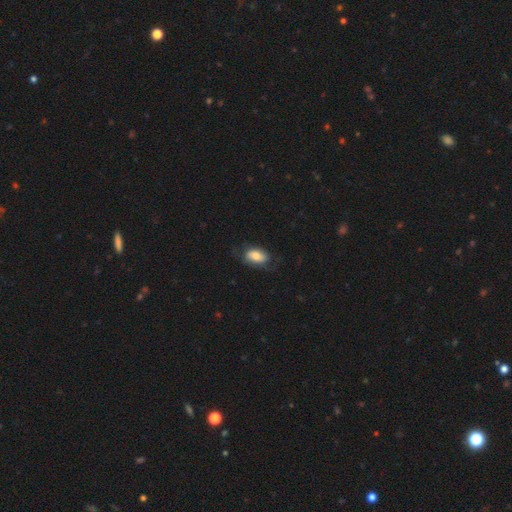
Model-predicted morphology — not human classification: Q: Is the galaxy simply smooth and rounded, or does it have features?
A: smooth — 72%.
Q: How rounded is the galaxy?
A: in between — 90%.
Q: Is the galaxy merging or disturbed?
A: none — 61%.